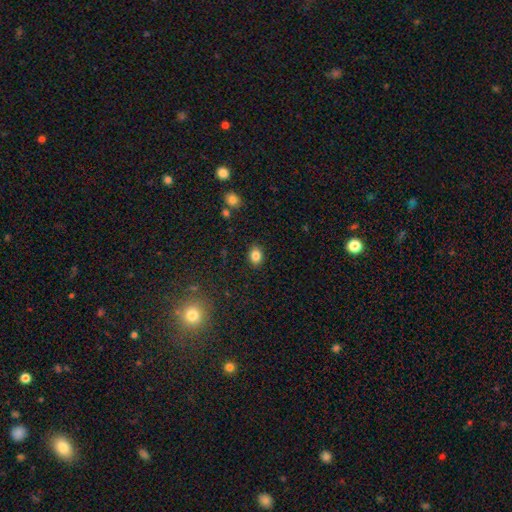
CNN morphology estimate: The model was most divided on "how rounded": in between: 66%, round: 32%, cigar-shaped: 1%. More confident: merging — none (88%); smooth or featured — smooth (84%).